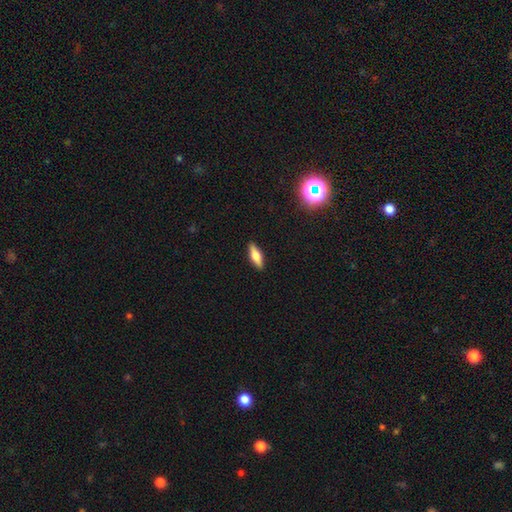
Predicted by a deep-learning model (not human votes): Morphology: type=smooth (59%); roundness=in between (50%); merging=none (90%).